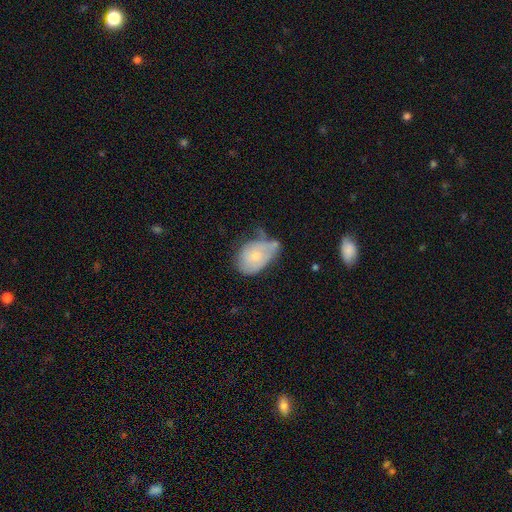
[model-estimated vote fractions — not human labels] This is likely a smooth galaxy (65%). How rounded: clearly in between (83%). Merging: marginally minor disturbance (40%).